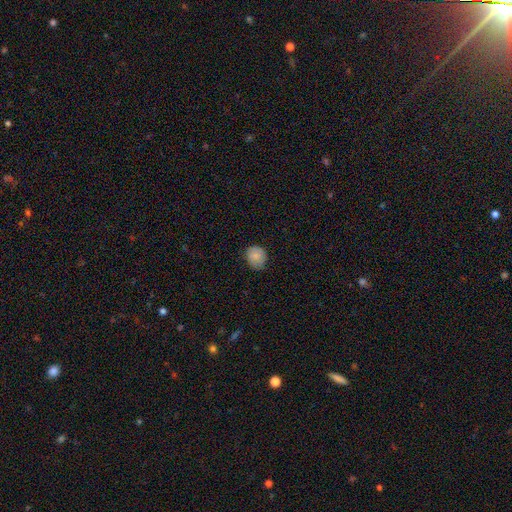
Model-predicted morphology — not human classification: This appears to be a smooth galaxy with no disk features (83%) that is round (72%). Merging: none (73%).